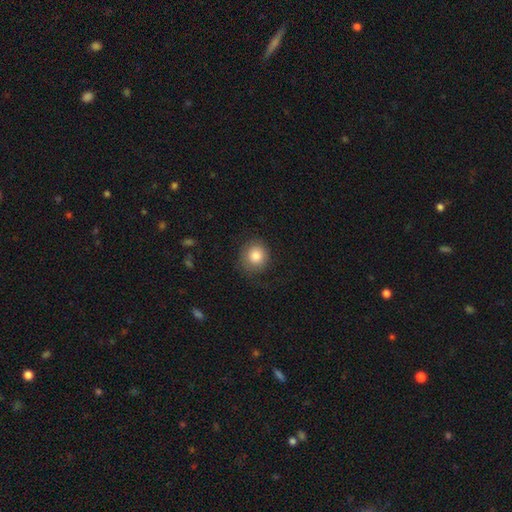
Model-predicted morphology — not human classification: Smooth or featured? smooth (82%)
How rounded? round (87%)
Merging? none (77%)